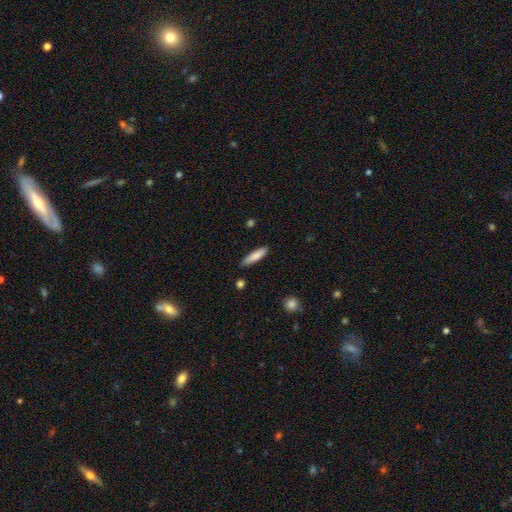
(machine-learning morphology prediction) smooth_or_featured: smooth (p=0.82) [alt: featured or disk p=0.12]
how_rounded: cigar-shaped (p=0.78) [alt: in between p=0.21]
merging: none (p=0.85) [alt: minor disturbance p=0.11]